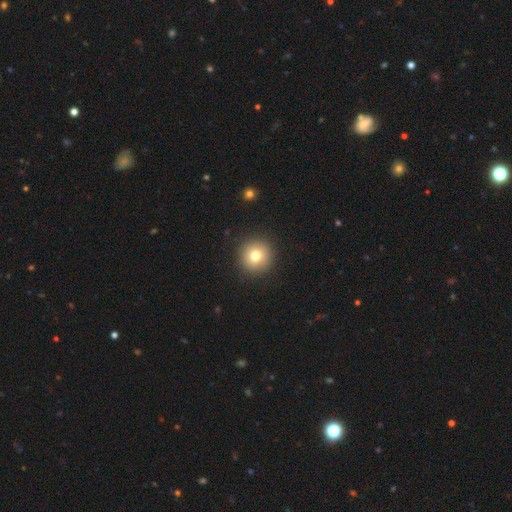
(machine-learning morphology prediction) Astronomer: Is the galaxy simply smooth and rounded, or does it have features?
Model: smooth — 75%.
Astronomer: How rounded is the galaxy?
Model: round — 95%.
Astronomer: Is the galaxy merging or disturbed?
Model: none — 91%.